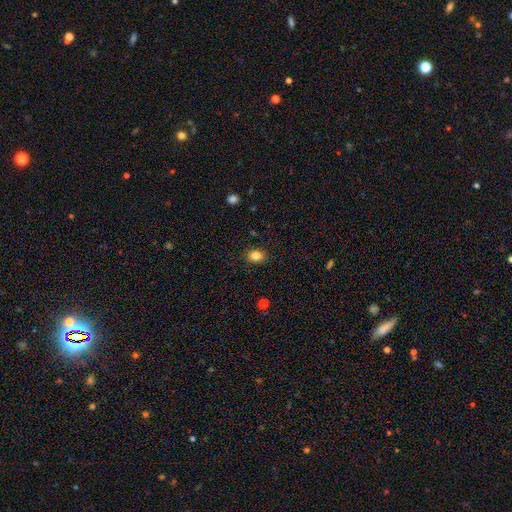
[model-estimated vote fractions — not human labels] smooth-or-featured: smooth: 84% | star or artifact: 10% | featured or disk: 5%
  how-rounded: in between: 63% | round: 36% | cigar-shaped: 1%
  merging: none: 88% | minor disturbance: 9% | major disturbance: 2% | merger: 1%